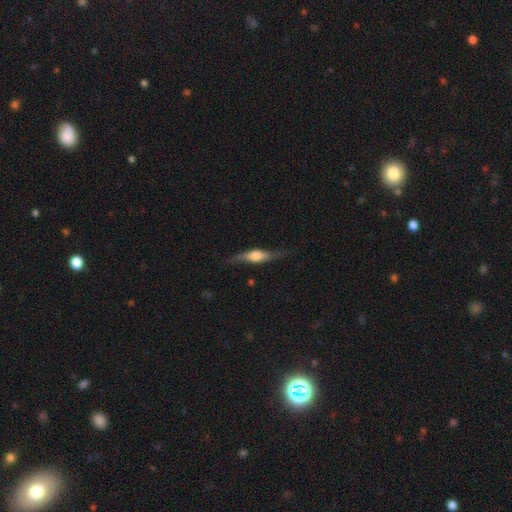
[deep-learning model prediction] Smooth or featured? featured or disk (60%)
Edge-on disk? yes (89%)
Edge-on bulge? rounded (81%)
Merging? none (74%)